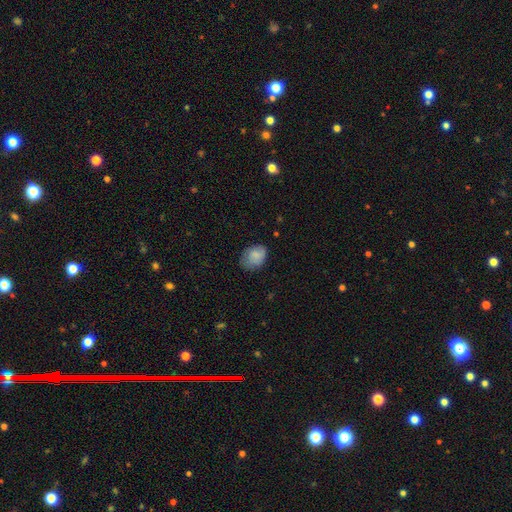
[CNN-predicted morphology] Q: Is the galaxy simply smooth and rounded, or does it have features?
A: smooth — 80%.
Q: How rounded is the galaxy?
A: in between — 73%.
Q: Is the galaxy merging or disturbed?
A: none — 63%.